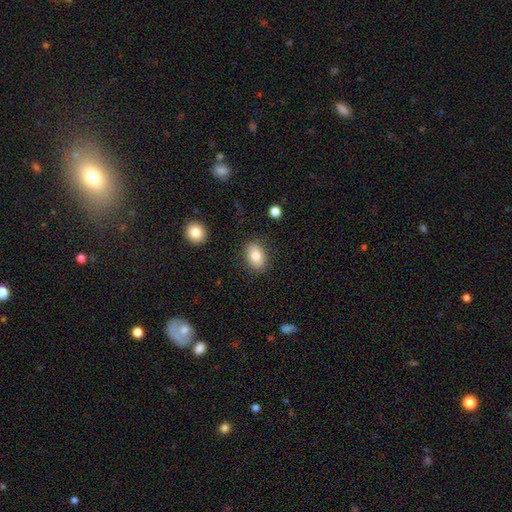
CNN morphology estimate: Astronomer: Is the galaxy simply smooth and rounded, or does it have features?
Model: smooth — 81%.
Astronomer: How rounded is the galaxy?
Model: in between — 82%.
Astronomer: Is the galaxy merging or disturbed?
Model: none — 84%.